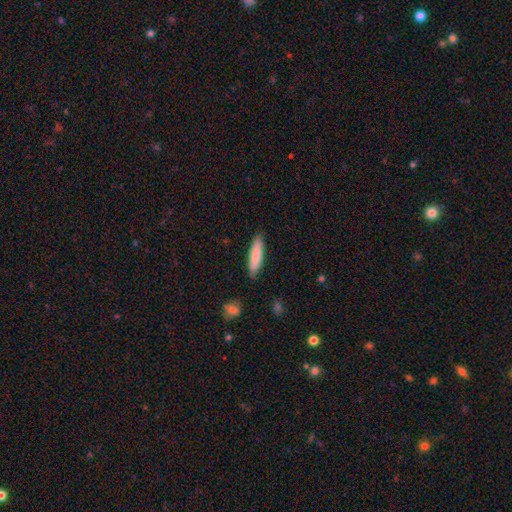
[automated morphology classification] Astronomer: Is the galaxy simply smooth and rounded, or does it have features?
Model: smooth — 83%.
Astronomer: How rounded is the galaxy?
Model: cigar-shaped — 69%.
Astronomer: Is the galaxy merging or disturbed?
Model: none — 87%.